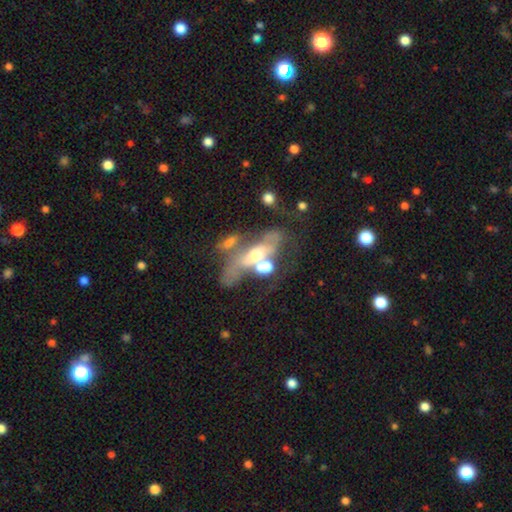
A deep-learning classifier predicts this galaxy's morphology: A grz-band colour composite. It shows a featured or disk galaxy (57%). Merging: merger (42%).